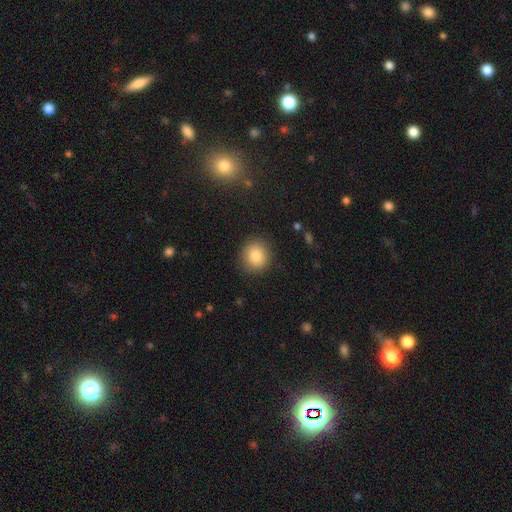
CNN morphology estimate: A smooth galaxy with no disk features (85%) that is round (86%). Merging: none (88%).